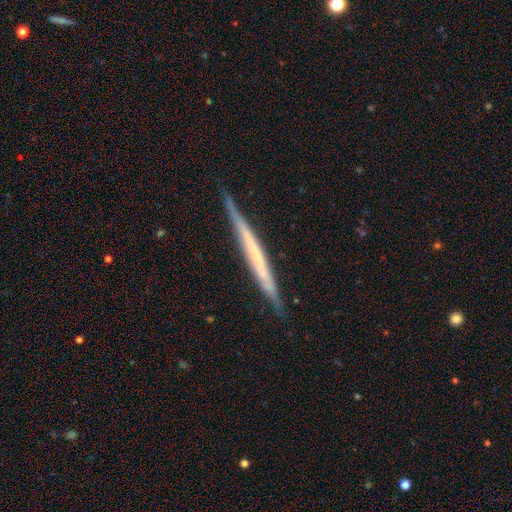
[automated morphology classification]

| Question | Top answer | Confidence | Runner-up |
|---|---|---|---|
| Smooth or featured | featured or disk | 60% | smooth (34%) |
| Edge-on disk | yes | 96% | no (4%) |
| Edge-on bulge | none | 87% | rounded (7%) |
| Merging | none | 85% | minor disturbance (11%) |